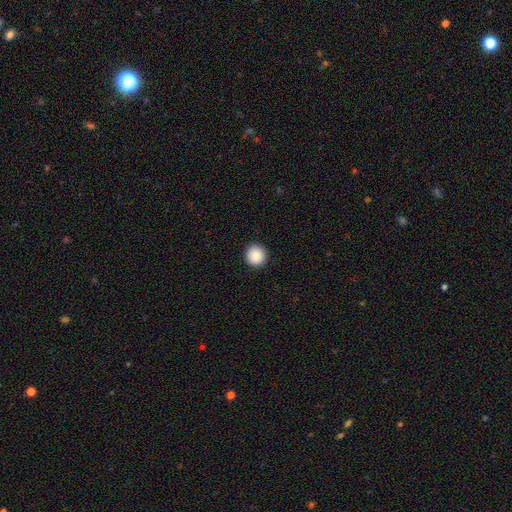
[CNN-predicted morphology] This is clearly a smooth galaxy (89%). How rounded: clearly round (92%). Merging: clearly none (92%).